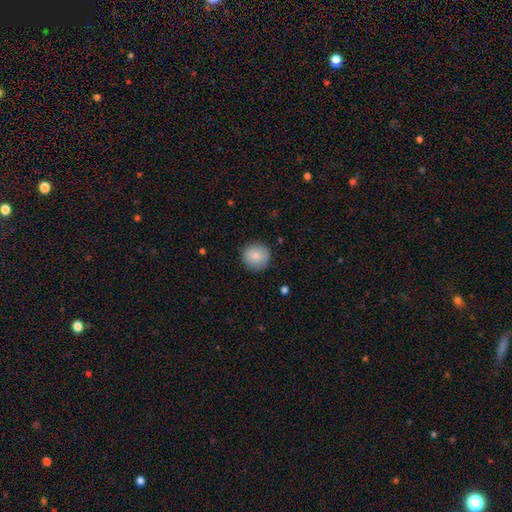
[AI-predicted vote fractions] smooth_or_featured: smooth (p=0.85) [alt: featured or disk p=0.08]
how_rounded: round (p=0.93) [alt: in between p=0.06]
merging: none (p=0.88) [alt: minor disturbance p=0.09]